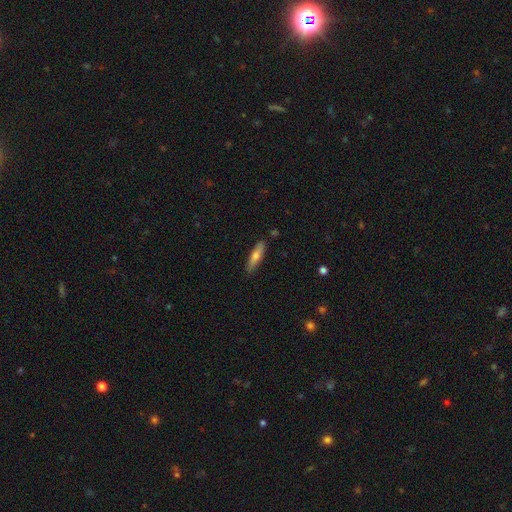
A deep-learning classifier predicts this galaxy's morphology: Smooth or featured: smooth — 62% (featured or disk — 31%)
How rounded: cigar-shaped — 75% (in between — 23%)
Merging: none — 87% (minor disturbance — 10%)